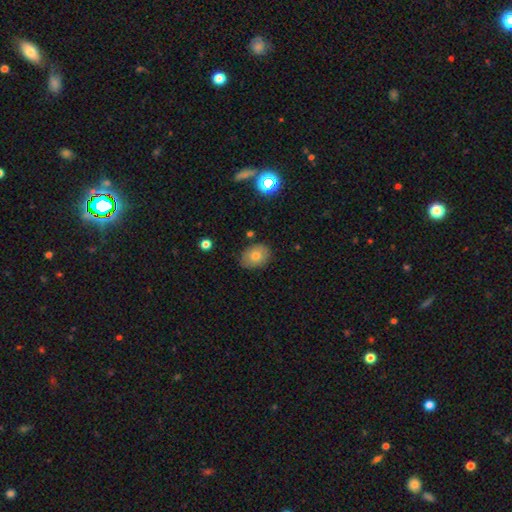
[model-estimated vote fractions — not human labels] smooth 74%, featured or disk 15%, star or artifact 11%. Down the decision tree: how rounded — in between (62%); merging — none (80%).